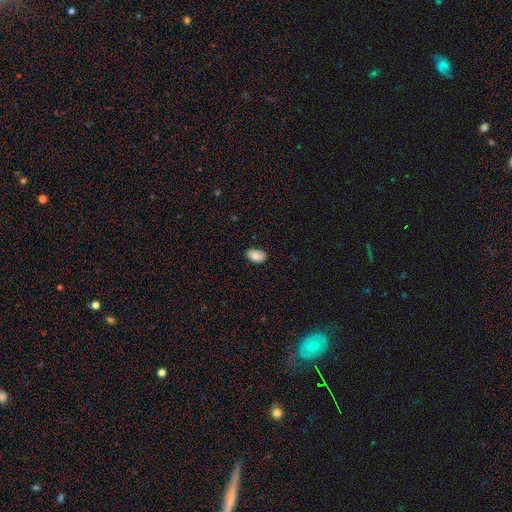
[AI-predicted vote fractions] Smooth or featured: smooth — 82% (featured or disk — 11%)
How rounded: in between — 91% (round — 7%)
Merging: none — 80% (minor disturbance — 16%)